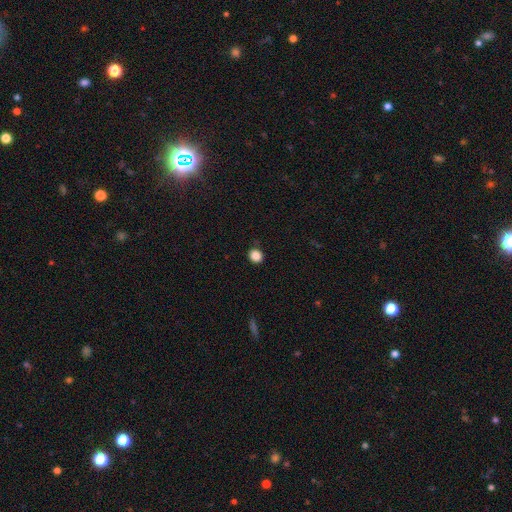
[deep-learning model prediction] Smooth or featured? smooth (87%)
How rounded? round (84%)
Merging? none (89%)